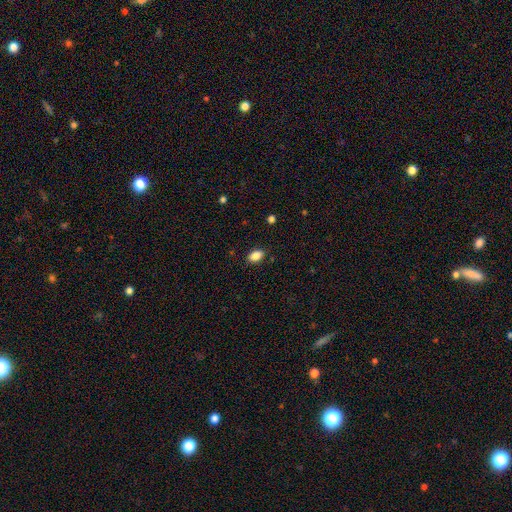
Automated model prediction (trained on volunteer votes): Smooth or featured: smooth — 87% (star or artifact — 8%)
How rounded: in between — 89% (round — 9%)
Merging: none — 87% (minor disturbance — 9%)